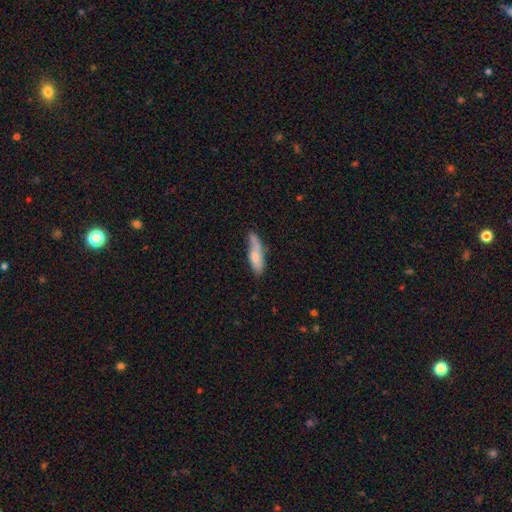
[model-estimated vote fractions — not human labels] Morphology: type=smooth (68%); roundness=cigar-shaped (55%); merging=none (50%).